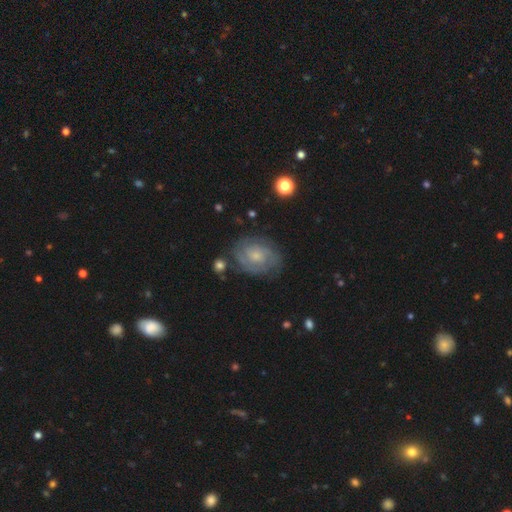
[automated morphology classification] This is likely a featured or disk galaxy (74%). It is clearly not viewed edge-on (97%). Bar: likely no (71%). Spiral arm pattern: clearly yes (90%). Spiral arm count: marginally 2 (42%). Spiral winding: likely tight (66%). Central bulge: possibly small (56%). Merging: likely none (74%).